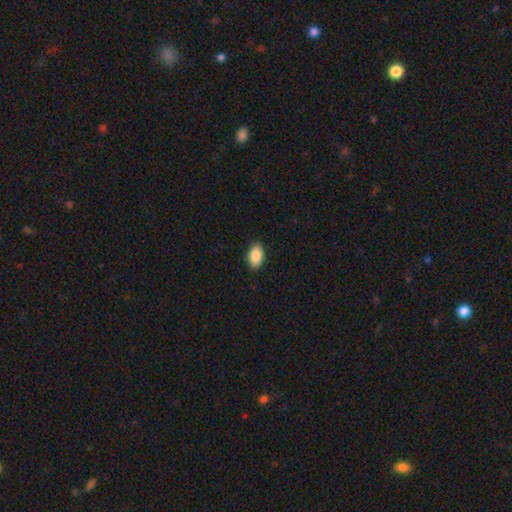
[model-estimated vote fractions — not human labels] Overall: smooth (88%). How rounded: in between (92%). Merging: none (88%).